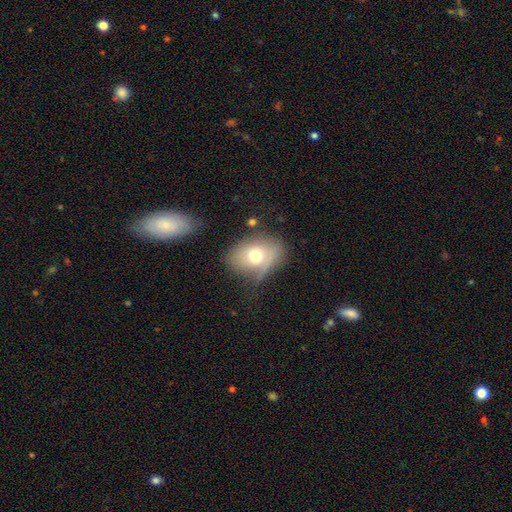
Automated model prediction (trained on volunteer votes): This appears to be a smooth galaxy with no disk features (65%) that is in between round and cigar-shaped (70%). Merging: none (47%).